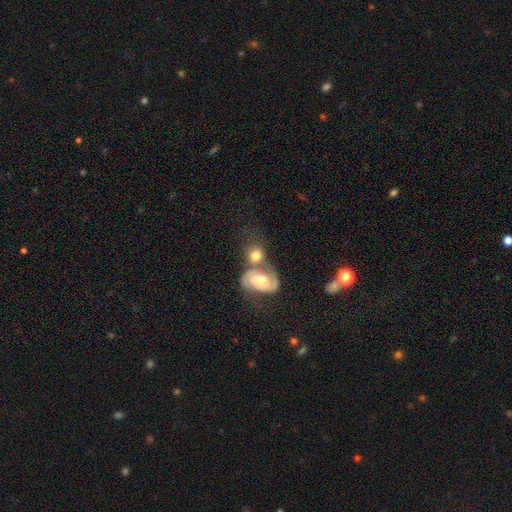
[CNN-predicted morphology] Smooth or featured? smooth (53%)
How rounded? round (52%)
Merging? merger (57%)